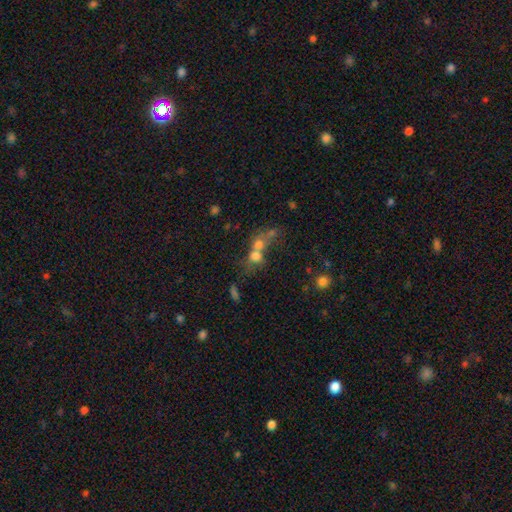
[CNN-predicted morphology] Smooth or featured? smooth (65%)
How rounded? round (64%)
Merging? merger (66%)